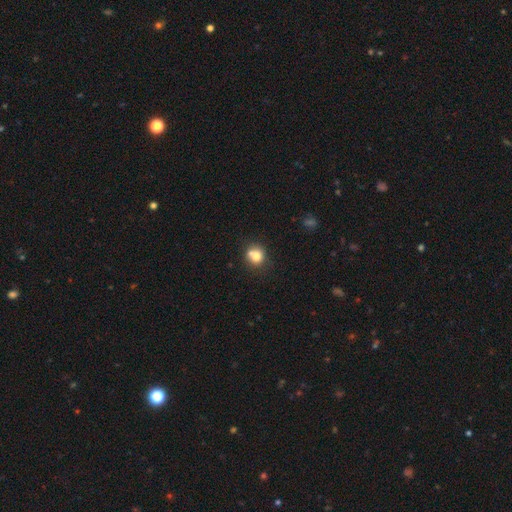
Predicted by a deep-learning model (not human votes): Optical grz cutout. It shows a smooth galaxy with no disk features (76%) that is round (79%). Merging: none (51%).